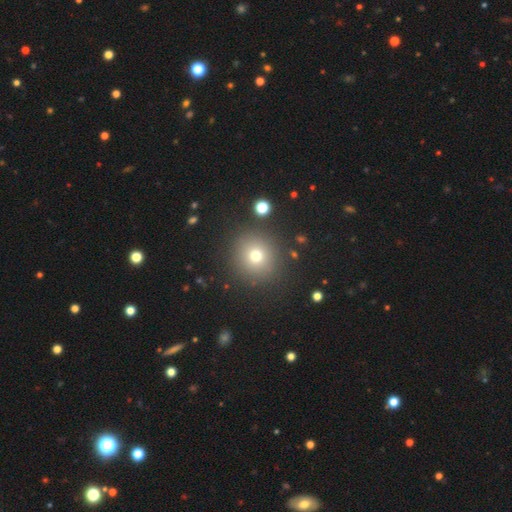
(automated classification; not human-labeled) Smooth or featured?
  - smooth: 72% *
  - star or artifact: 18%
  - featured or disk: 10%
How rounded?
  - round: 93% *
  - in between: 6%
  - cigar-shaped: 1%
Merging?
  - none: 87% *
  - minor disturbance: 7%
  - major disturbance: 3%
  - merger: 2%